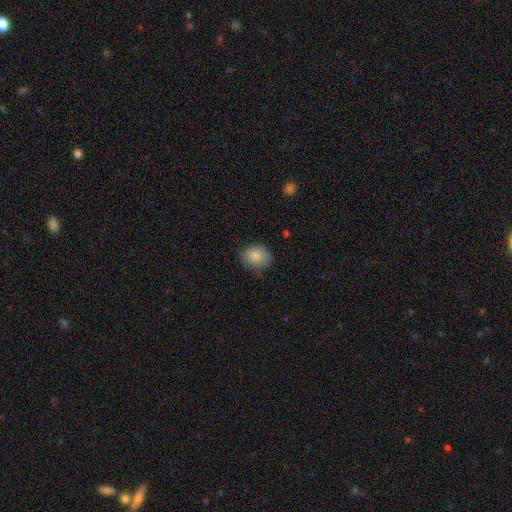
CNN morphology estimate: Q: Smooth or featured?
A: smooth (86%); runner-up: star or artifact (8%)
Q: How rounded?
A: round (59%); runner-up: in between (40%)
Q: Merging?
A: none (74%); runner-up: minor disturbance (21%)